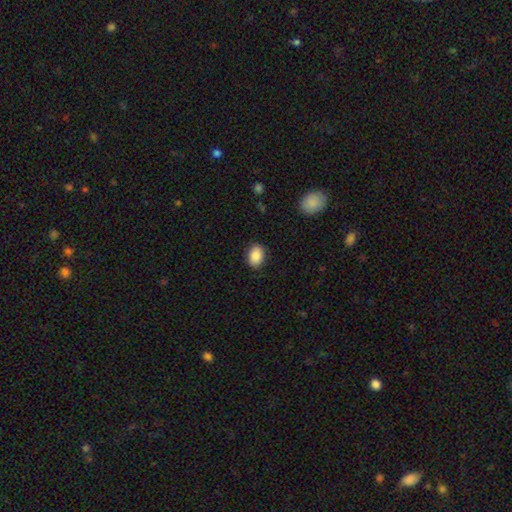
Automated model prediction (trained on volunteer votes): Q: Smooth or featured?
A: smooth (87%); runner-up: star or artifact (8%)
Q: How rounded?
A: in between (79%); runner-up: round (19%)
Q: Merging?
A: none (88%); runner-up: minor disturbance (9%)